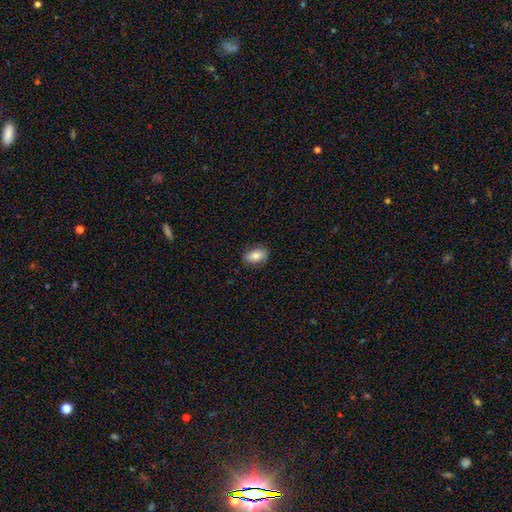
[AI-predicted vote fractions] A smooth galaxy with no disk features (80%) that is in between round and cigar-shaped (85%). Merging: none (85%).